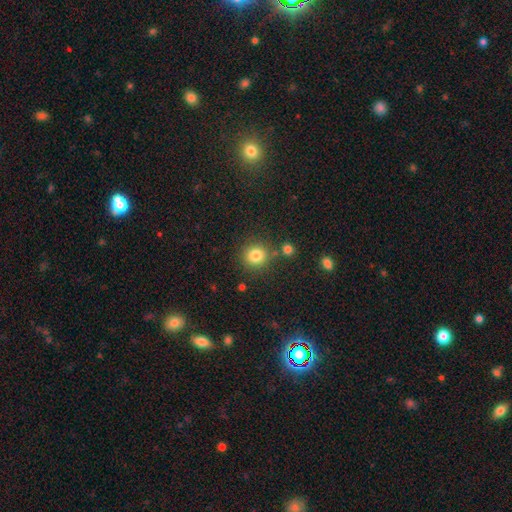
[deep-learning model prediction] This is clearly a smooth galaxy (82%). How rounded: clearly round (88%). Merging: likely none (78%).